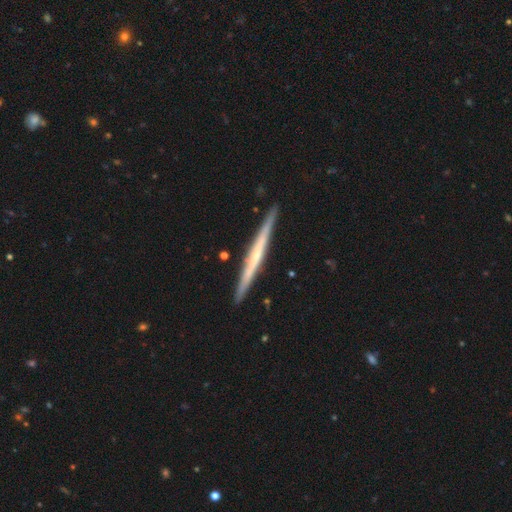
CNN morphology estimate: Smooth or featured? featured or disk (68%)
Edge-on disk? yes (98%)
Edge-on bulge? none (66%)
Merging? none (90%)